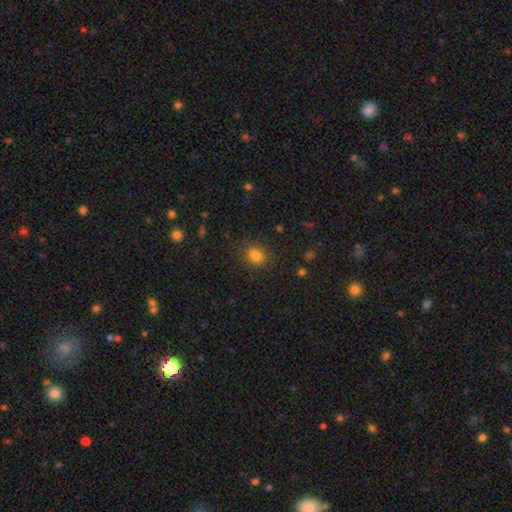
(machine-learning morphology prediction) Smooth or featured: smooth — 80% (star or artifact — 14%)
How rounded: in between — 50% (round — 48%)
Merging: none — 76% (minor disturbance — 14%)